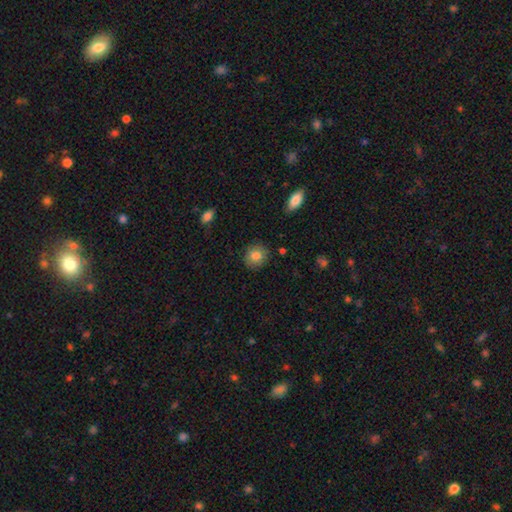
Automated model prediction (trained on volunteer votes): The model was most divided on "how rounded": round: 78%, in between: 21%, cigar-shaped: 1%. More confident: merging — none (87%); smooth or featured — smooth (83%).